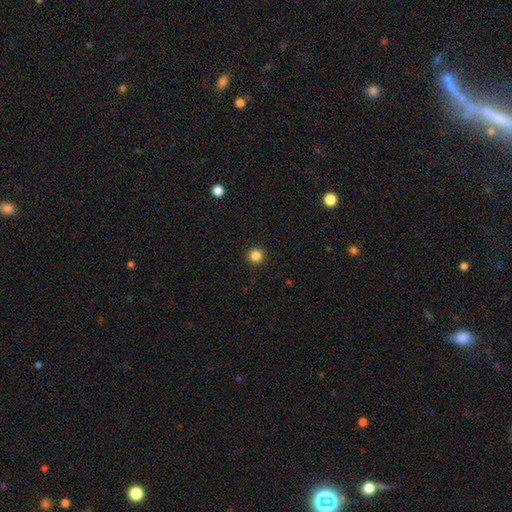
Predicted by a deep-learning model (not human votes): A smooth galaxy with no disk features (84%) that is round (95%). Merging: none (93%).